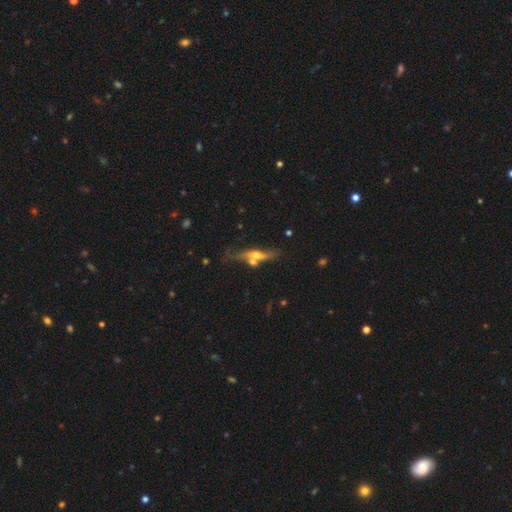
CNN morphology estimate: Smooth or featured: featured or disk — 60% (smooth — 32%)
Edge-on disk: yes — 75% (no — 25%)
Merging: none — 49% (merger — 24%)